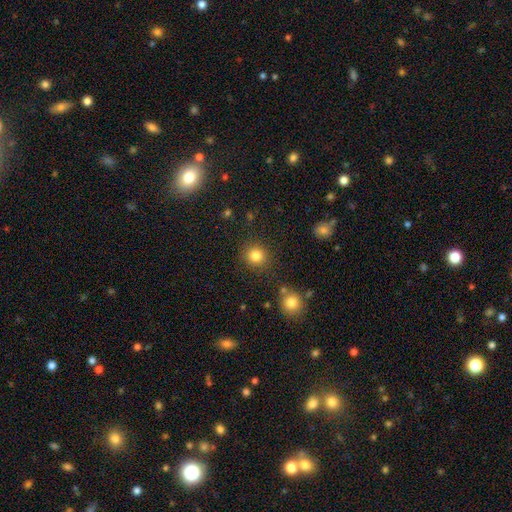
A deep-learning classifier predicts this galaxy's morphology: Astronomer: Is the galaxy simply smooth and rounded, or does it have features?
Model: smooth — 84%.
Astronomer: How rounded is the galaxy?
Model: round — 91%.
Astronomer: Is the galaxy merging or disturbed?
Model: none — 87%.